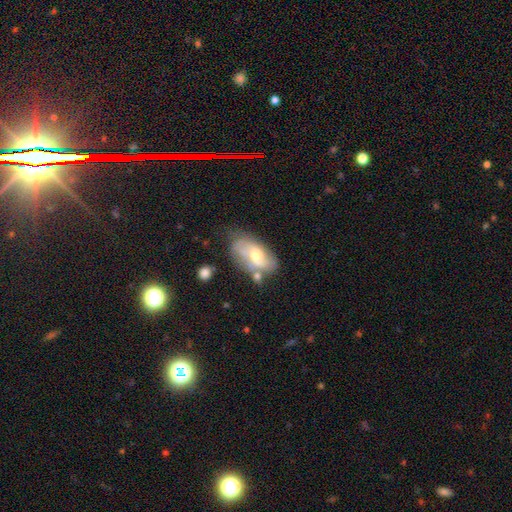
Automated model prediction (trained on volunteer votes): A featured or disk galaxy (55%) with no bar (48%), spiral arms (72%) and a moderate central bulge (64%).

Vote fractions:
- Smooth or featured? featured or disk: 55% / smooth: 37% / star or artifact: 7%
- Edge-on disk? no: 92% / yes: 8%
- Bar? no: 48% / weak: 41% / strong: 11%
- Spiral arms? yes: 72% / no: 28%
- Bulge size? moderate: 64% / small: 23% / large: 9% / none: 3% / dominant: 1%
- Merging? none: 48% / minor disturbance: 27% / merger: 13% / major disturbance: 12%